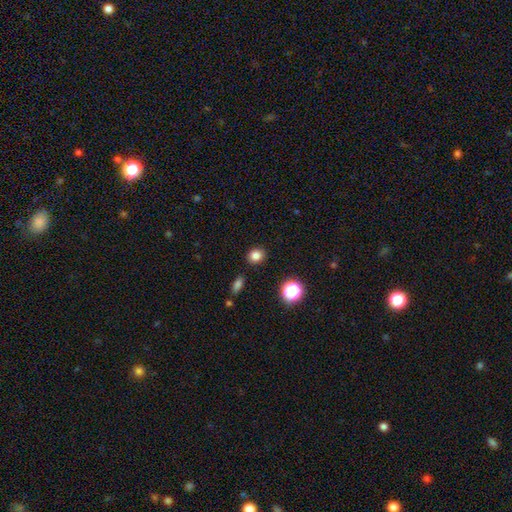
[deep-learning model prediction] smooth_or_featured: smooth (p=0.82) [alt: star or artifact p=0.13]
how_rounded: round (p=0.73) [alt: in between p=0.26]
merging: none (p=0.88) [alt: minor disturbance p=0.07]